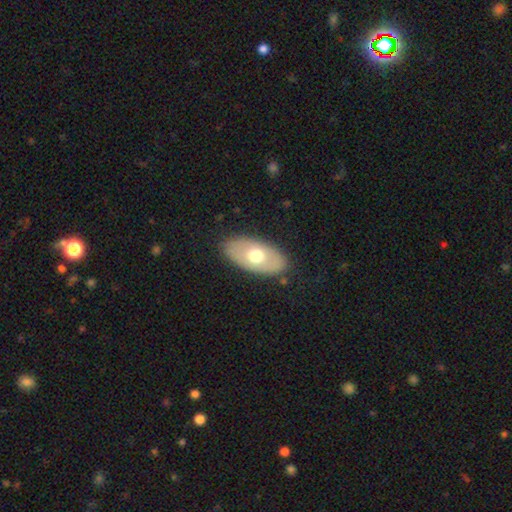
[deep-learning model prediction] Smooth or featured? Predicted: smooth (p=0.57). How rounded? Predicted: in between (p=0.92). Merging? Predicted: none (p=0.85).